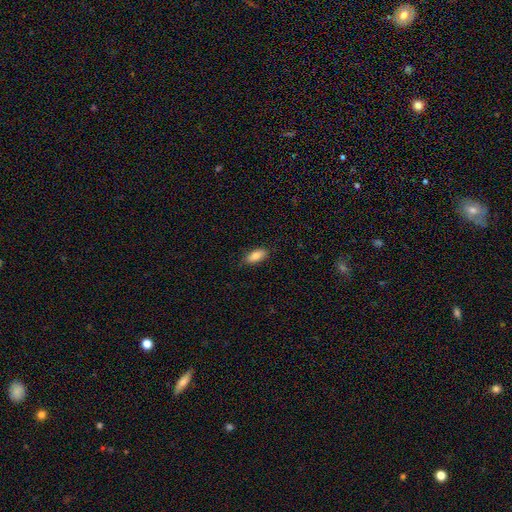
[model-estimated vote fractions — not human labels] Morphology: type=smooth (84%); roundness=in between (84%); merging=none (83%).